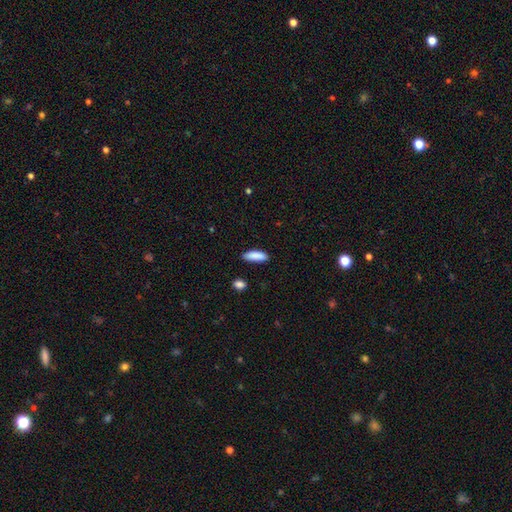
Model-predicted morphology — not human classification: smooth_or_featured: smooth (p=0.89) [alt: star or artifact p=0.07]
how_rounded: in between (p=0.54) [alt: cigar-shaped p=0.45]
merging: none (p=0.83) [alt: minor disturbance p=0.13]